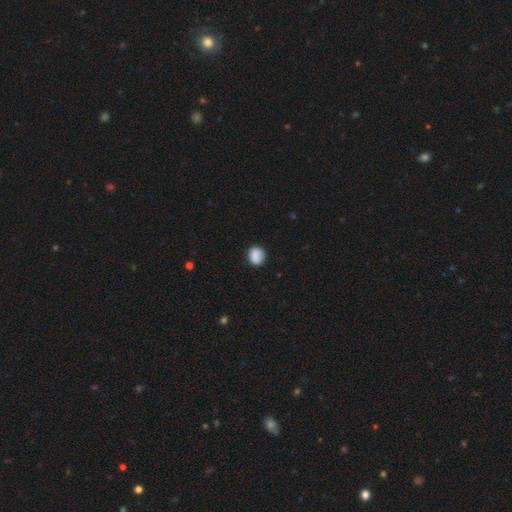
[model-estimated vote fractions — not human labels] smooth_or_featured: smooth (p=0.86) [alt: star or artifact p=0.08]
how_rounded: round (p=0.69) [alt: in between p=0.30]
merging: none (p=0.81) [alt: minor disturbance p=0.14]